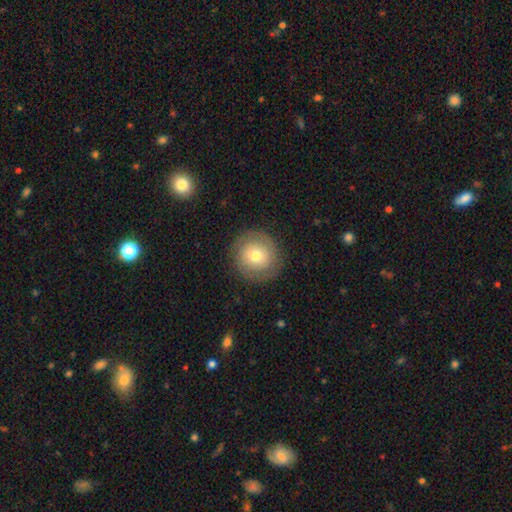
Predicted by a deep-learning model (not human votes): Overall: smooth (56%; featured or disk 35%). How rounded: round (93%). Merging: none (86%).